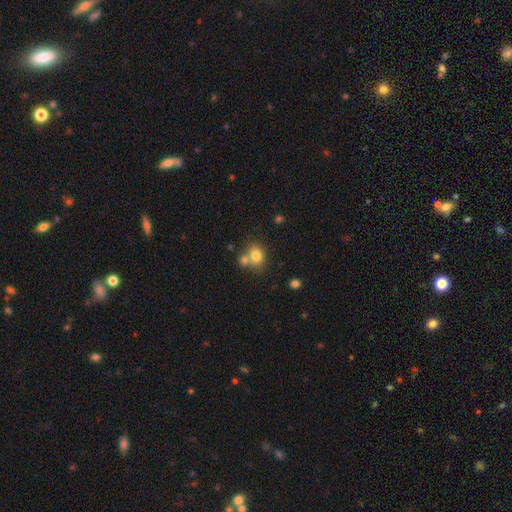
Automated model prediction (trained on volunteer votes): Smooth or featured? Predicted: smooth (p=0.79). How rounded? Predicted: round (p=0.64). Merging? Predicted: none (p=0.49).